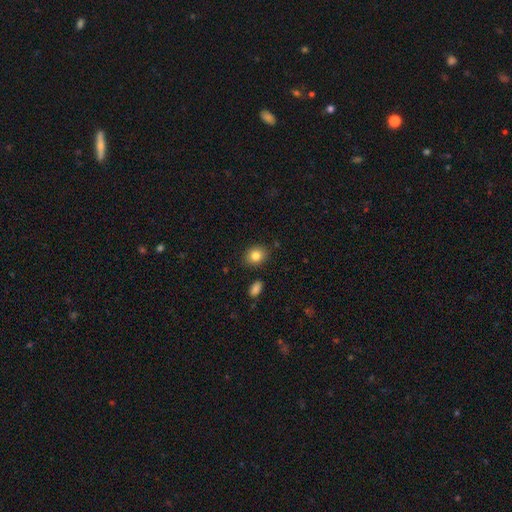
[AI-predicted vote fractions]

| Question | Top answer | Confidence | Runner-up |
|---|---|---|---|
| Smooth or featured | smooth | 84% | star or artifact (9%) |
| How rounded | round | 58% | in between (41%) |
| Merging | none | 86% | minor disturbance (9%) |